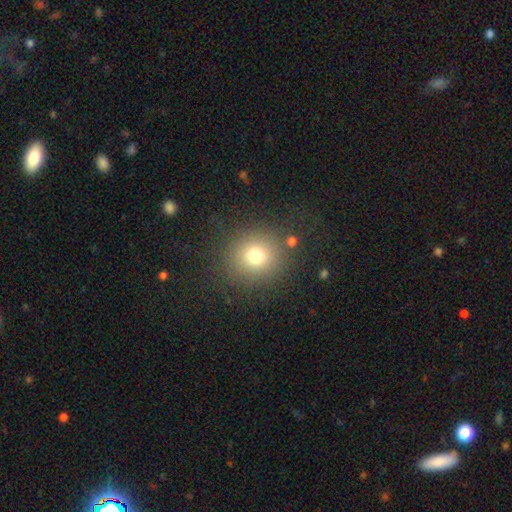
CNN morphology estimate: This is likely a smooth galaxy (74%). How rounded: clearly round (90%). Merging: clearly none (84%).